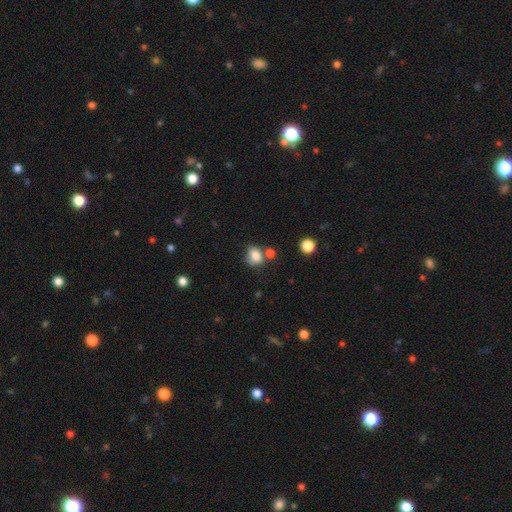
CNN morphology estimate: This appears to be a smooth galaxy with no disk features (82%) that is round (52%). Merging: none (55%).